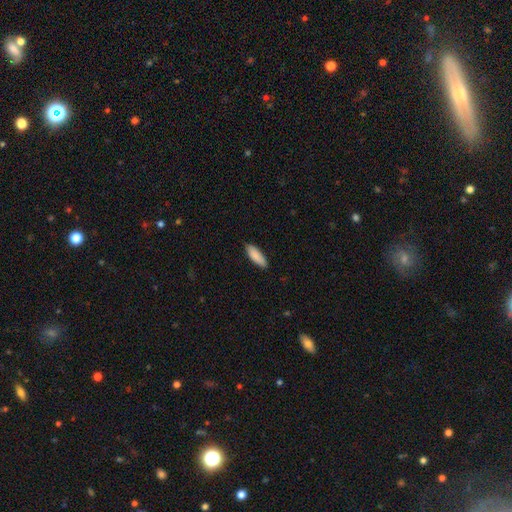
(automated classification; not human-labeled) Morphology: type=smooth (88%); roundness=in between (58%); merging=none (86%).